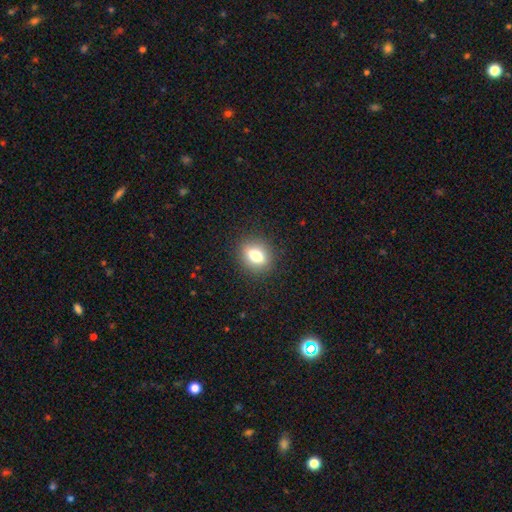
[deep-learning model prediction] Smooth or featured: smooth — 72% (featured or disk — 18%)
How rounded: in between — 53% (round — 44%)
Merging: none — 89% (minor disturbance — 8%)